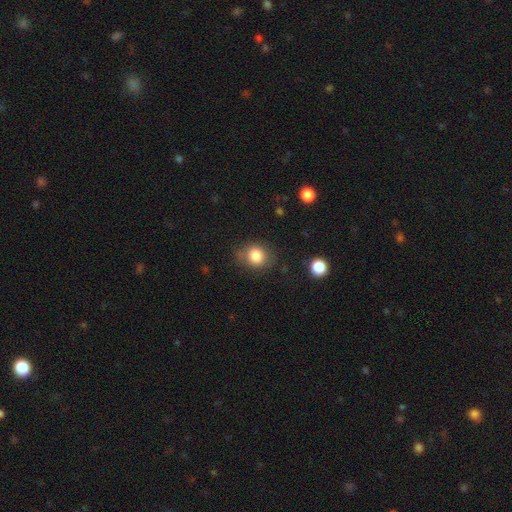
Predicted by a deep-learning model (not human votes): Smooth or featured? smooth (83%)
How rounded? round (67%)
Merging? none (74%)